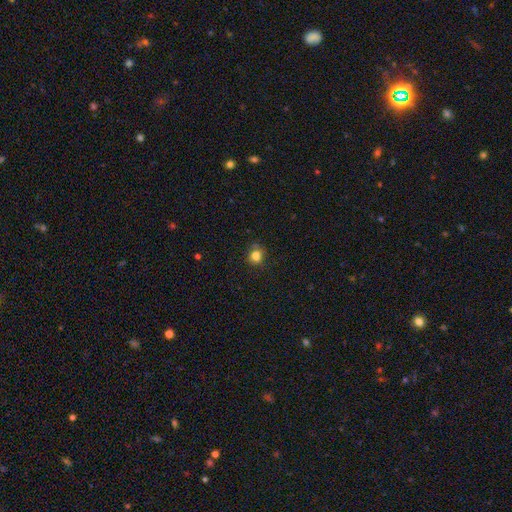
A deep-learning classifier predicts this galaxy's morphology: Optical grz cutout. It shows a smooth galaxy with no disk features (81%) that is round (74%). Merging: none (73%).